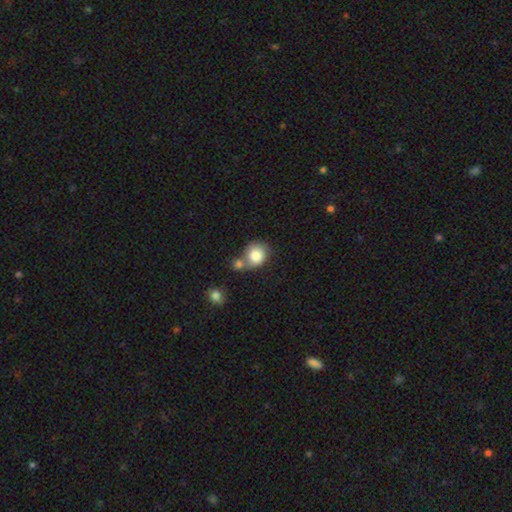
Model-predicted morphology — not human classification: smooth-or-featured: smooth: 83% | featured or disk: 9% | star or artifact: 8%
  how-rounded: round: 73% | in between: 26% | cigar-shaped: 1%
  merging: none: 44% | merger: 37% | minor disturbance: 14% | major disturbance: 5%